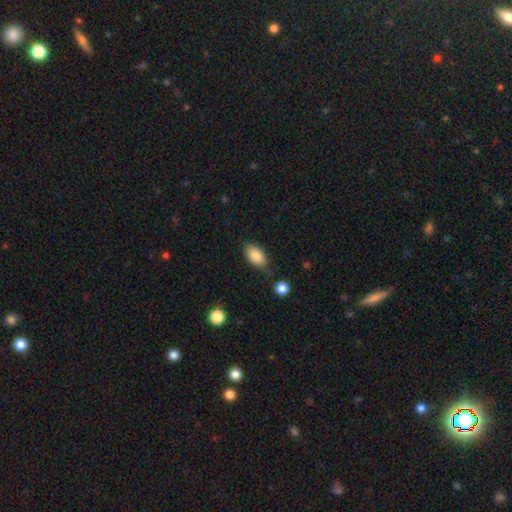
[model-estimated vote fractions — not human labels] The model was most divided on "merging": none: 71%, minor disturbance: 21%, major disturbance: 5%, merger: 4%. More confident: how rounded — in between (91%); smooth or featured — smooth (86%).